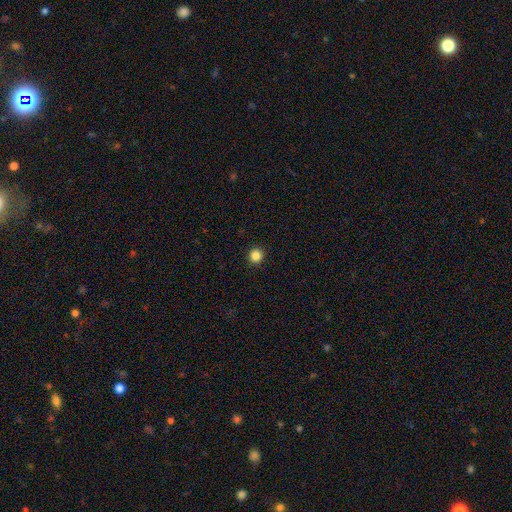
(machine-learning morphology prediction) The model was most divided on "smooth or featured": smooth: 85%, star or artifact: 12%, featured or disk: 3%. More confident: how rounded — round (95%); merging — none (93%).